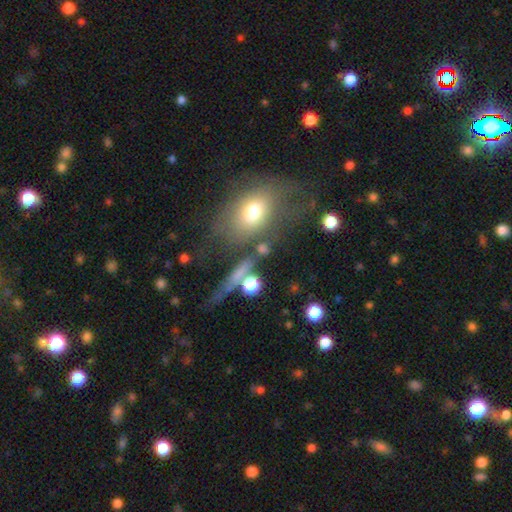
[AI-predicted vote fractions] Q: Smooth or featured?
A: smooth (53%); runner-up: star or artifact (26%)
Q: How rounded?
A: in between (65%); runner-up: round (32%)
Q: Merging?
A: none (63%); runner-up: minor disturbance (16%)